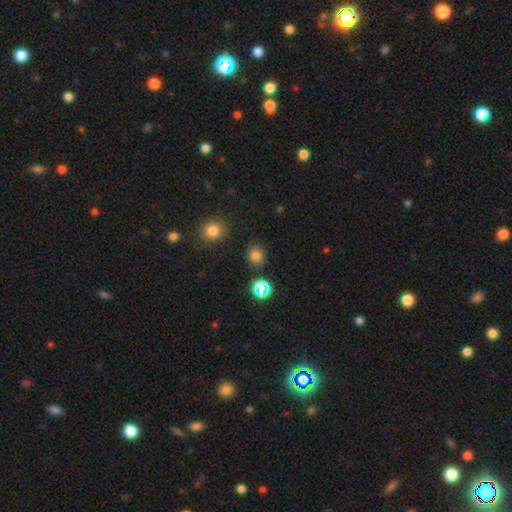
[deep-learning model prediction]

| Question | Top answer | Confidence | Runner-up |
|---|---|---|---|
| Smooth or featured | smooth | 75% | star or artifact (20%) |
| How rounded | round | 84% | in between (15%) |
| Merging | none | 87% | minor disturbance (8%) |